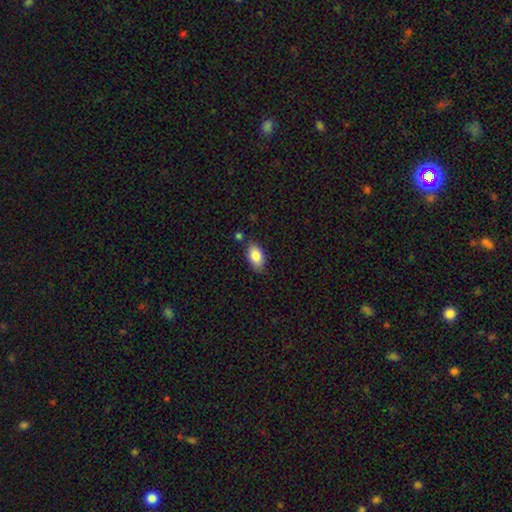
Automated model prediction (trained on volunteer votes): This appears to be a smooth galaxy with no disk features (83%) that is in between round and cigar-shaped (92%). Merging: none (77%).